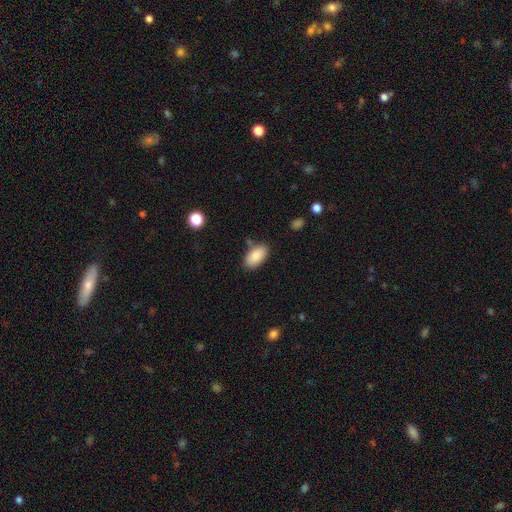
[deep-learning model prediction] Smooth or featured? Predicted: smooth (p=0.88). How rounded? Predicted: in between (p=0.94). Merging? Predicted: none (p=0.79).